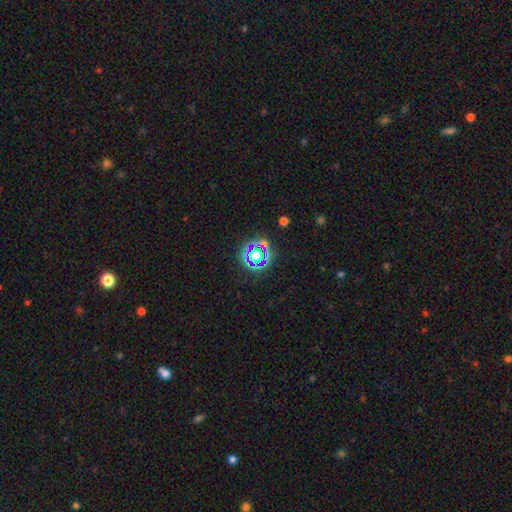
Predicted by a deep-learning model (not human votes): Smooth or featured? Predicted: star or artifact (p=0.58).